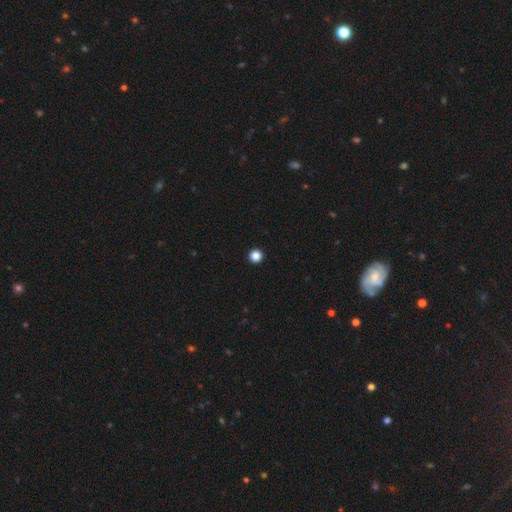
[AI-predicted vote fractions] A smooth galaxy with no disk features (86%) that is round (97%).

Vote fractions:
- Smooth or featured? smooth: 86% / star or artifact: 12% / featured or disk: 3%
- How rounded? round: 97% / in between: 2% / cigar-shaped: 1%
- Merging? none: 95% / minor disturbance: 3% / major disturbance: 1% / merger: 1%